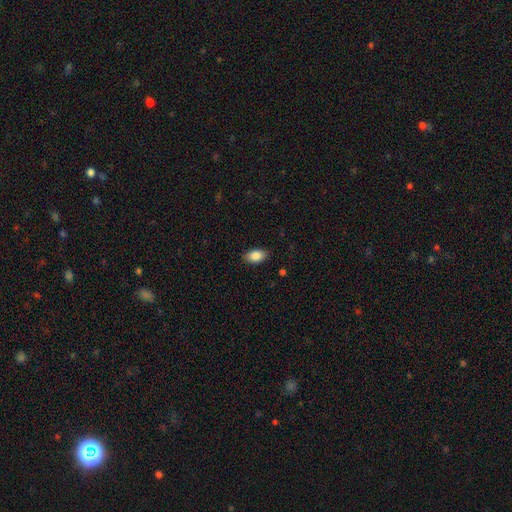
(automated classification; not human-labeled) Overall: smooth (86%). How rounded: in between (92%). Merging: none (87%).